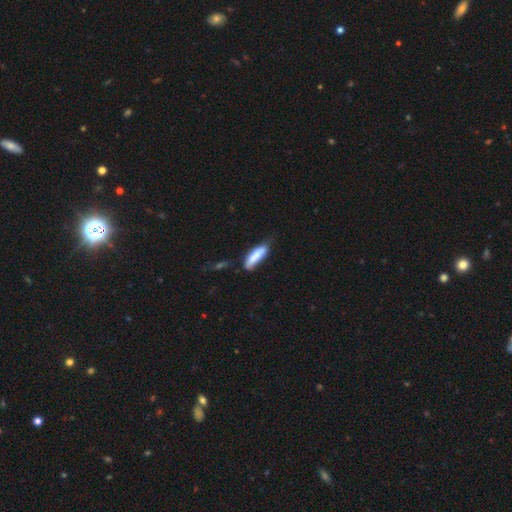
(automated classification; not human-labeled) Overall: smooth (77%). How rounded: cigar-shaped (56%; in between 43%). Merging: none (54%; minor disturbance 32%).